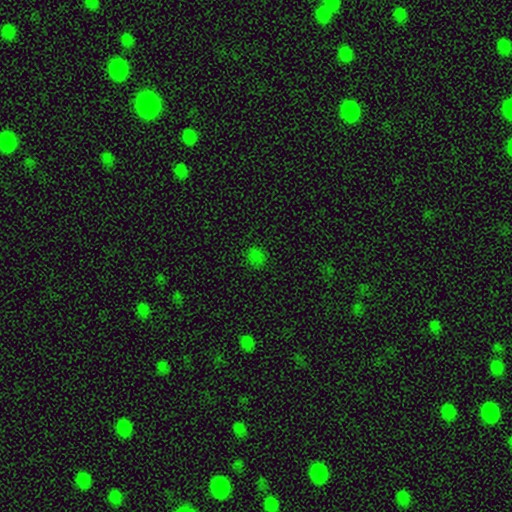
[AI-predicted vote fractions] Overall: smooth (71%). How rounded: round (74%). Merging: none (84%).